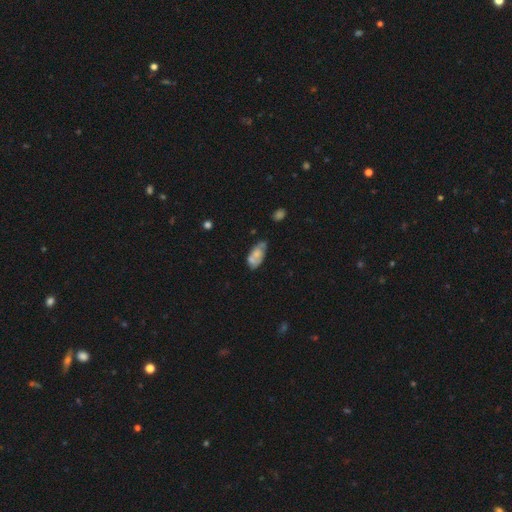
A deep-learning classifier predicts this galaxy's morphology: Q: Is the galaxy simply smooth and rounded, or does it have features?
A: smooth — 51%.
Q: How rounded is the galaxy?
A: in between — 90%.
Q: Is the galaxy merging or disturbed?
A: none — 46%.